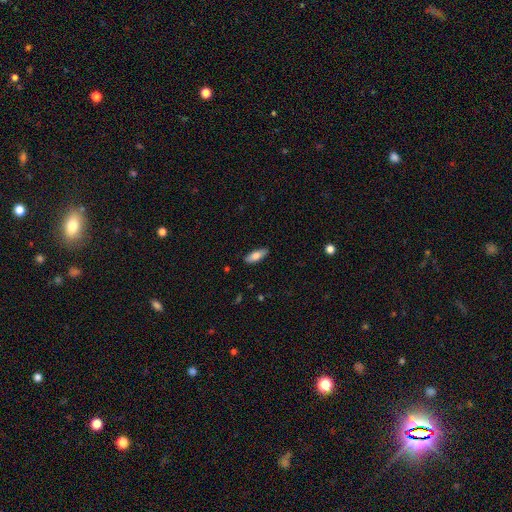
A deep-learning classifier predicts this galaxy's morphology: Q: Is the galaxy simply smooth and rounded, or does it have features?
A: smooth — 78%.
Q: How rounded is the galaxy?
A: in between — 70%.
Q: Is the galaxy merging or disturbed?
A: none — 86%.